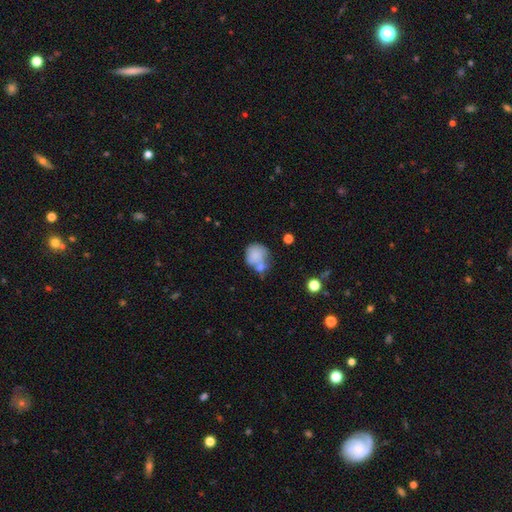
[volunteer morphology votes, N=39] Smooth or featured? 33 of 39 (85%) said smooth. How rounded? 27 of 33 (82%) said round. Merging? 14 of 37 (38%) said merger.